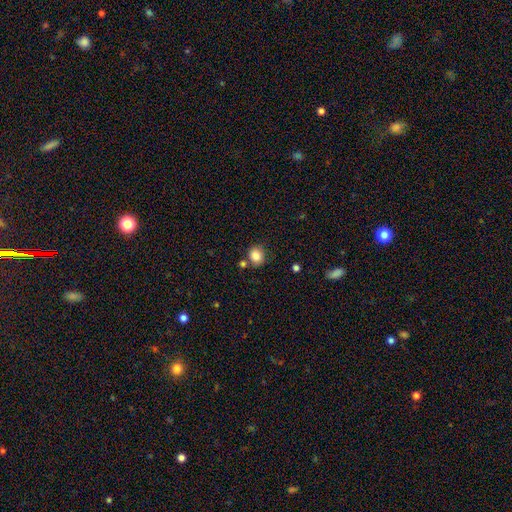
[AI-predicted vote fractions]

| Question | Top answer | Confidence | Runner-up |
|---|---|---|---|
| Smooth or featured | smooth | 85% | star or artifact (10%) |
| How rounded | round | 74% | in between (26%) |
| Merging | none | 75% | minor disturbance (13%) |